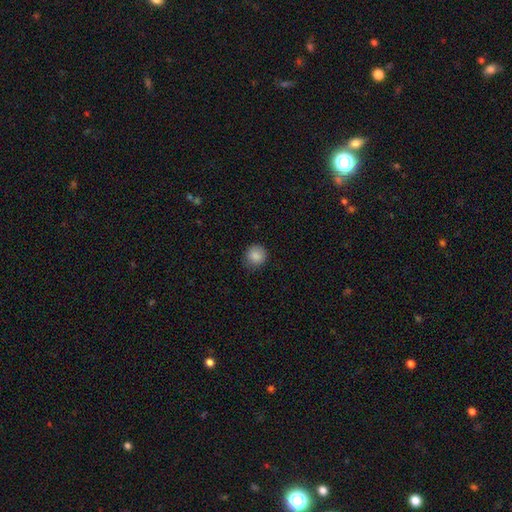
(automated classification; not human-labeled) Smooth or featured? smooth (87%)
How rounded? round (91%)
Merging? none (83%)